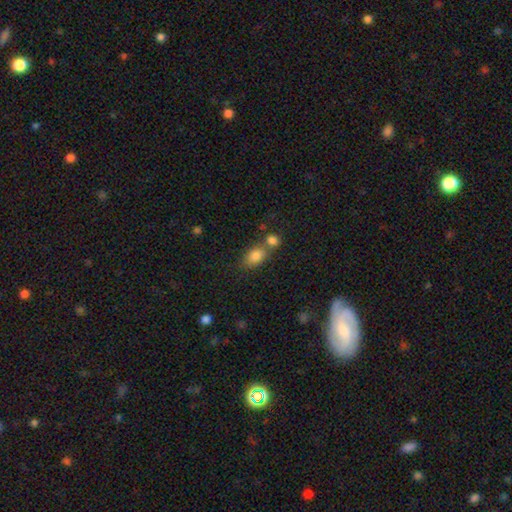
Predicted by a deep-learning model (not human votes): This appears to be a smooth galaxy with no disk features (83%) that is in between round and cigar-shaped (82%). Merging: none (47%).